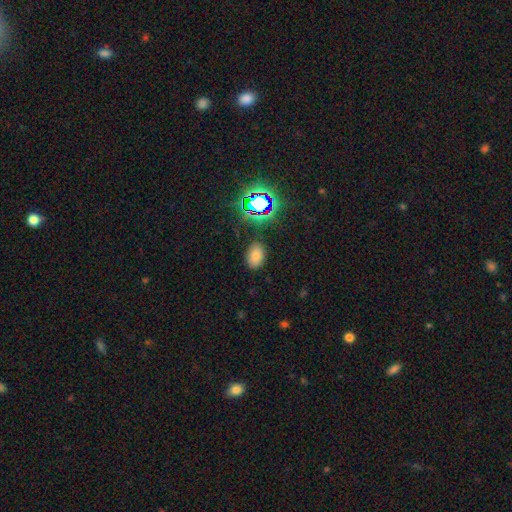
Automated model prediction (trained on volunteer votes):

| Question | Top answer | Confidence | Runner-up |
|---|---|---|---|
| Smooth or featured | smooth | 72% | star or artifact (21%) |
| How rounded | in between | 85% | round (13%) |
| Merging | none | 84% | minor disturbance (11%) |